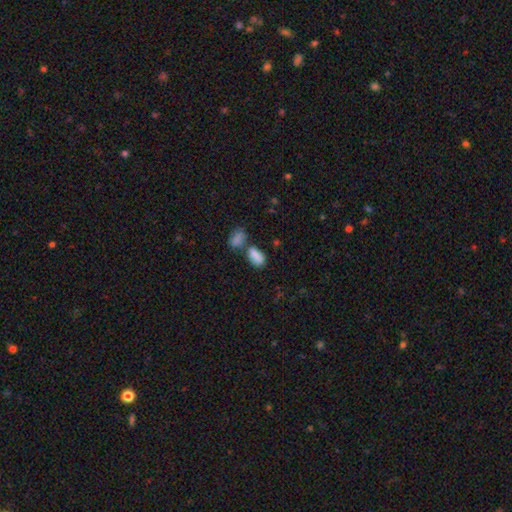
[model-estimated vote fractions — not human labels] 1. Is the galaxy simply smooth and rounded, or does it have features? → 84% smooth, 9% star or artifact, 7% featured or disk.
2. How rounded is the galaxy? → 90% in between, 5% round, 5% cigar-shaped.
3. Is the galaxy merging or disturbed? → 44% merger, 39% none, 12% minor disturbance, 5% major disturbance.